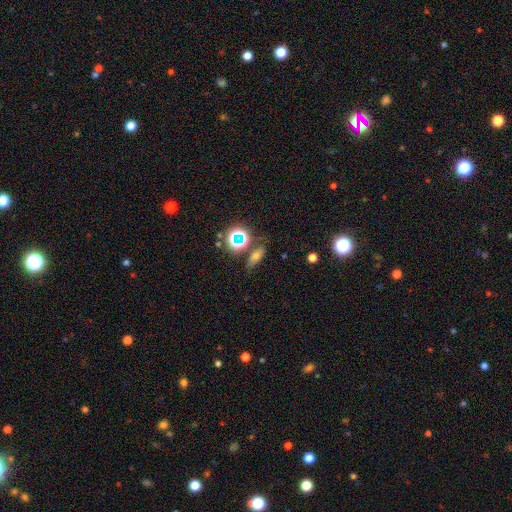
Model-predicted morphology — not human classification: smooth_or_featured: smooth (p=0.48) [alt: star or artifact p=0.31]
merging: none (p=0.72) [alt: minor disturbance p=0.15]